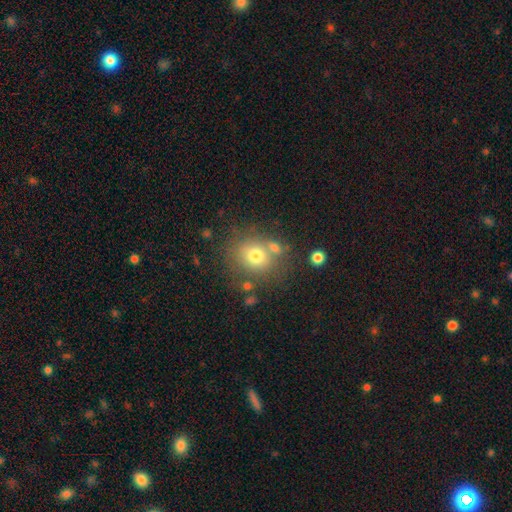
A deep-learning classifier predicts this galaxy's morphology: smooth-or-featured: smooth: 72% | featured or disk: 15% | star or artifact: 13%
  how-rounded: round: 73% | in between: 26% | cigar-shaped: 1%
  merging: none: 65% | merger: 15% | minor disturbance: 14% | major disturbance: 6%